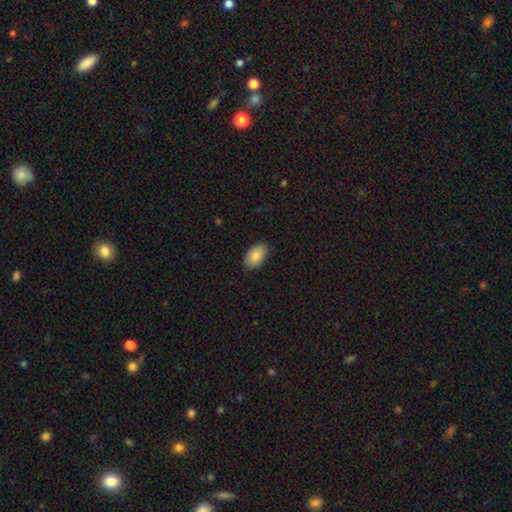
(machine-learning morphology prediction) Smooth or featured: smooth — 86% (featured or disk — 7%)
How rounded: in between — 93% (round — 5%)
Merging: none — 85% (minor disturbance — 12%)